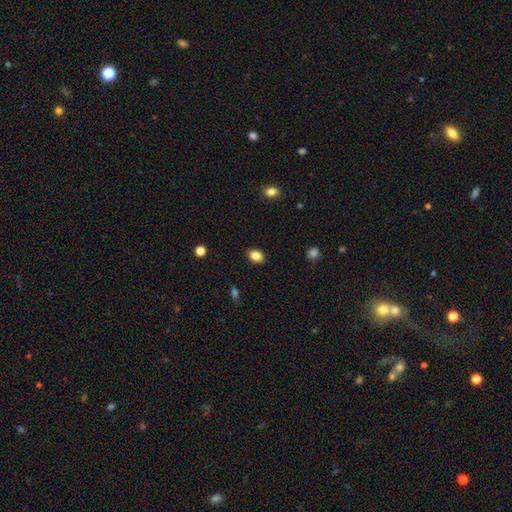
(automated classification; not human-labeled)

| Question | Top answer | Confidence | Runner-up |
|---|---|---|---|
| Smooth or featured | smooth | 86% | star or artifact (9%) |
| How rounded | in between | 76% | round (23%) |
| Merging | none | 88% | minor disturbance (8%) |